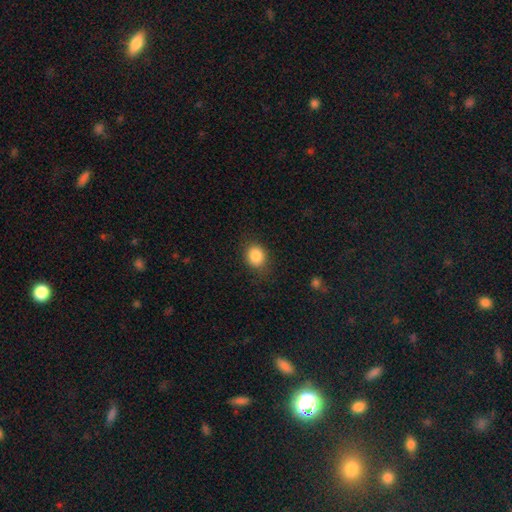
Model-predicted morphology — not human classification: smooth 85%, star or artifact 9%, featured or disk 5%. Down the decision tree: how rounded — round (65%); merging — none (82%).